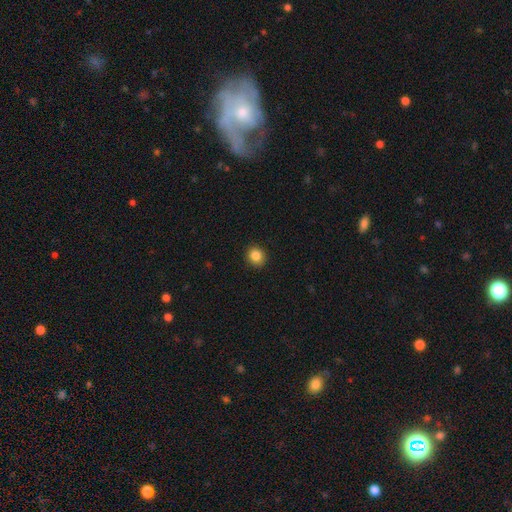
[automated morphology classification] Smooth or featured?
  - smooth: 86% *
  - star or artifact: 10%
  - featured or disk: 4%
How rounded?
  - round: 83% *
  - in between: 16%
  - cigar-shaped: 1%
Merging?
  - none: 91% *
  - minor disturbance: 6%
  - major disturbance: 2%
  - merger: 1%